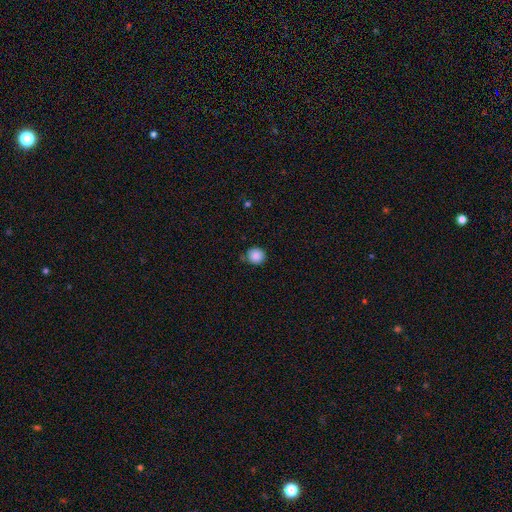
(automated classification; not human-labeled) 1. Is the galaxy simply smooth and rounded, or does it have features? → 87% smooth, 9% star or artifact, 3% featured or disk.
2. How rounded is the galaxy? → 92% round, 8% in between, 1% cigar-shaped.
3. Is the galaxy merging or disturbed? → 79% none, 15% minor disturbance, 3% major disturbance, 3% merger.